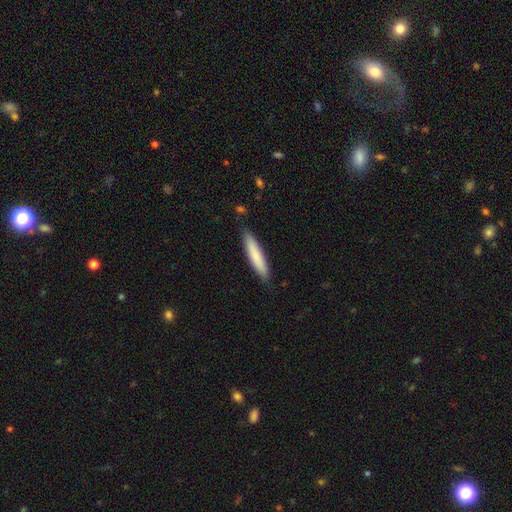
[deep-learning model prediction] smooth 80%, featured or disk 14%, star or artifact 6%. Down the decision tree: how rounded — cigar-shaped (86%); merging — none (86%).